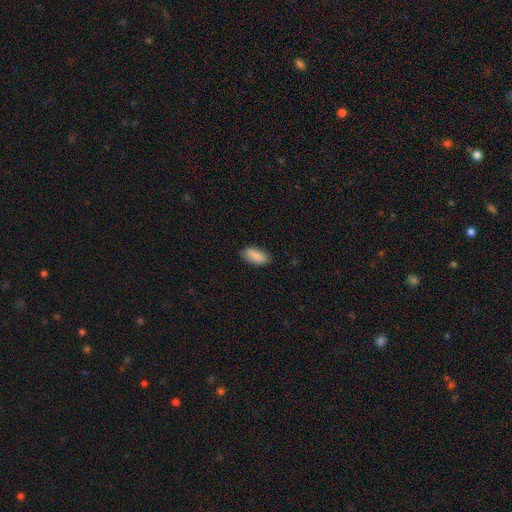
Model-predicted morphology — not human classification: smooth-or-featured: smooth: 86% | featured or disk: 8% | star or artifact: 6%
  how-rounded: in between: 87% | cigar-shaped: 11% | round: 2%
  merging: none: 84% | minor disturbance: 12% | major disturbance: 3% | merger: 1%